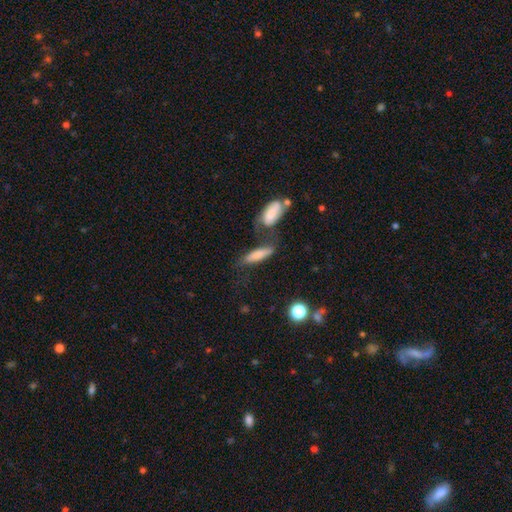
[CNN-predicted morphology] Smooth or featured? smooth (72%)
How rounded? cigar-shaped (53%)
Merging? none (41%)